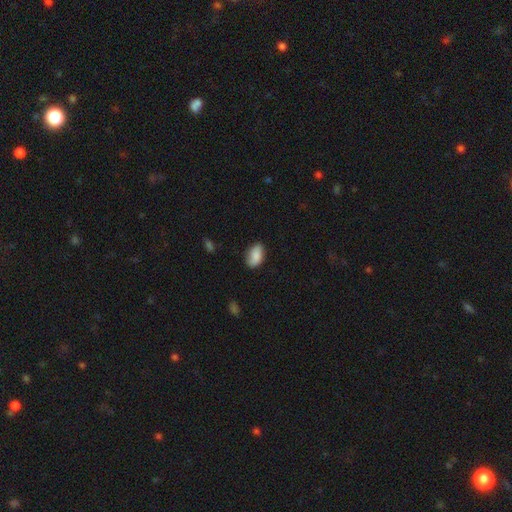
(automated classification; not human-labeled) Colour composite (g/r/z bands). It shows a smooth galaxy with no disk features (87%) that is in between round and cigar-shaped (92%). Merging: none (80%).